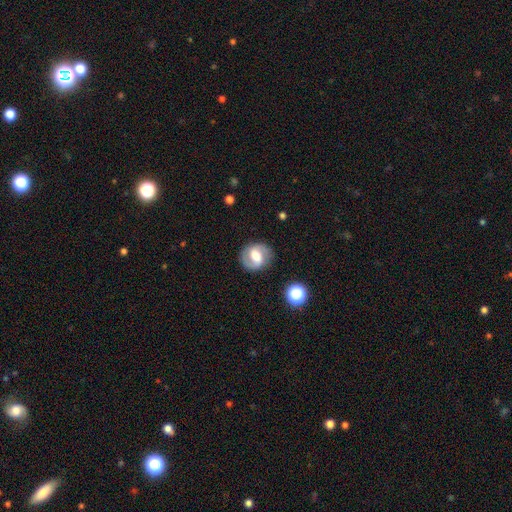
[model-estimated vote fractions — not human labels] Smooth or featured: featured or disk — 71% (smooth — 22%)
Edge-on disk: no — 97% (yes — 3%)
Bar: weak — 48% (strong — 33%)
Spiral arms: yes — 86% (no — 14%)
Spiral winding: medium — 50% (tight — 29%)
Spiral arm count: 2 — 89% (can't tell — 5%)
Bulge size: moderate — 59% (large — 23%)
Merging: none — 85% (minor disturbance — 10%)